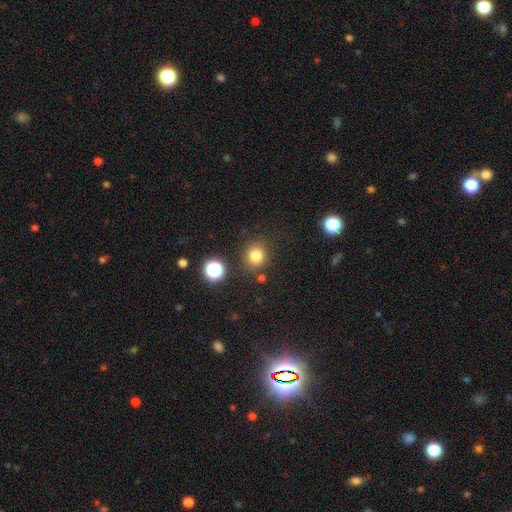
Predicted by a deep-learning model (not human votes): This is likely a smooth galaxy (80%). How rounded: clearly round (86%). Merging: clearly none (83%).